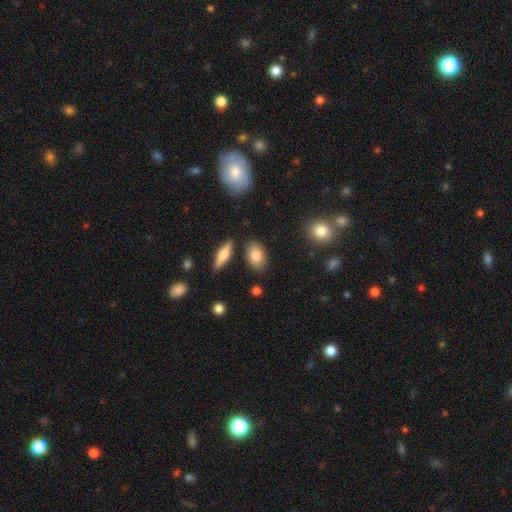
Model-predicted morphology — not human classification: Smooth or featured: smooth — 79% (featured or disk — 13%)
How rounded: in between — 86% (round — 10%)
Merging: none — 82% (minor disturbance — 11%)